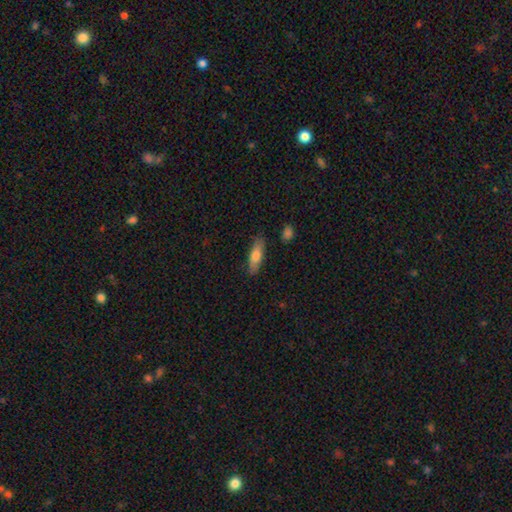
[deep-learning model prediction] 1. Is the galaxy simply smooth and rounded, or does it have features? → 72% smooth, 22% featured or disk, 6% star or artifact.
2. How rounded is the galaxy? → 58% cigar-shaped, 40% in between, 2% round.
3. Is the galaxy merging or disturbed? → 84% none, 12% minor disturbance, 2% major disturbance, 2% merger.